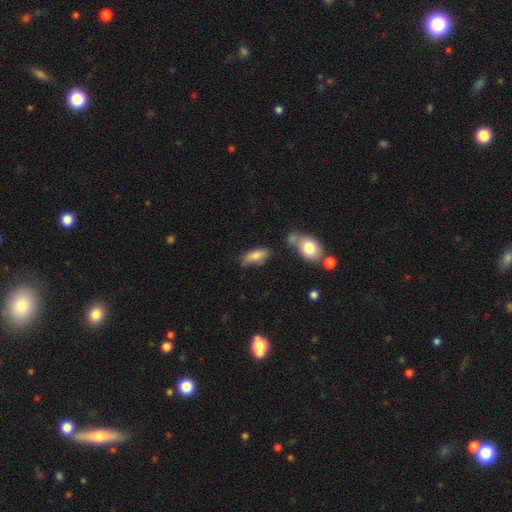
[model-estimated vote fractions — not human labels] This appears to be a smooth galaxy with no disk features (79%) that is in between round and cigar-shaped (79%). Merging: none (55%).